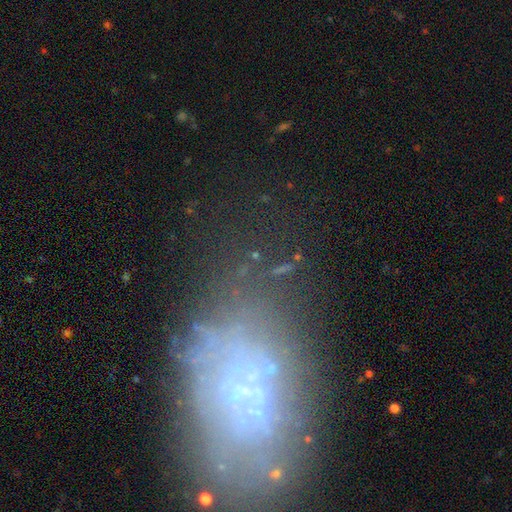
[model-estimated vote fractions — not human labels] Smooth or featured? star or artifact (49%)